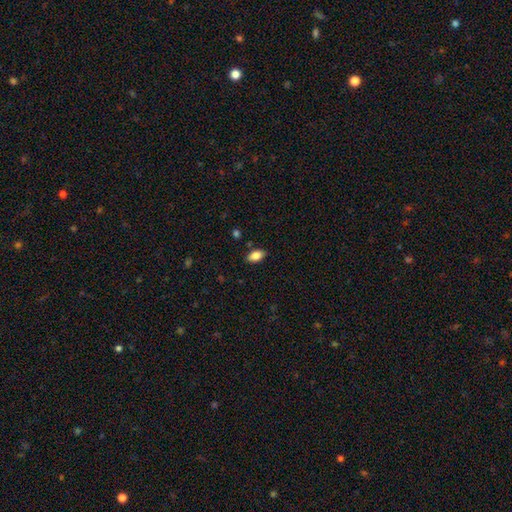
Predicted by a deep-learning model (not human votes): This is clearly a smooth galaxy (84%). How rounded: clearly in between (92%). Merging: clearly none (86%).